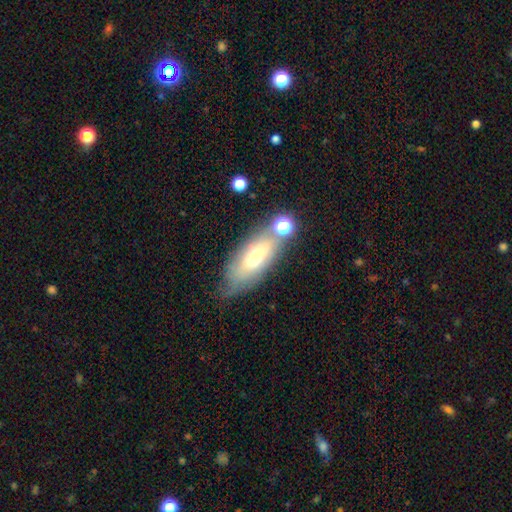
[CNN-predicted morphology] This appears to be a smooth galaxy with no disk features (48%). Merging: none (58%).